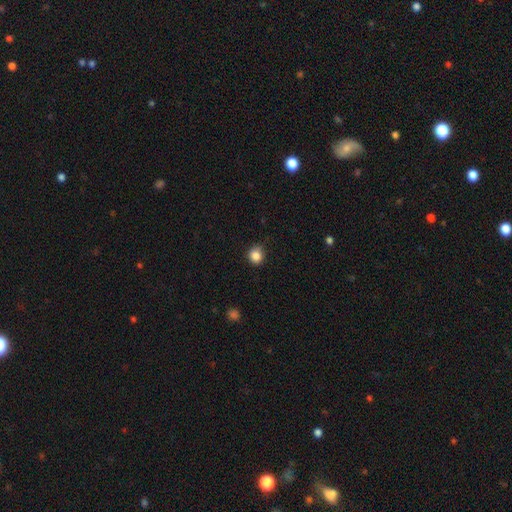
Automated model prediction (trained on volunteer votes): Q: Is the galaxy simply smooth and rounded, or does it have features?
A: smooth — 86%.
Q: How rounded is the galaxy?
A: round — 85%.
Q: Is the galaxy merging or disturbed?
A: none — 82%.